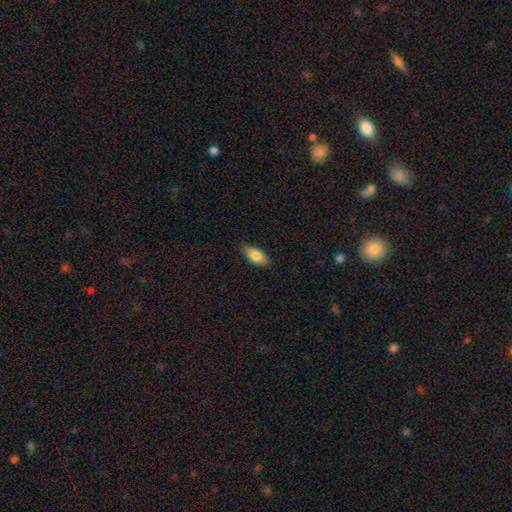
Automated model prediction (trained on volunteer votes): smooth 82%, featured or disk 11%, star or artifact 7%. Down the decision tree: how rounded — in between (85%); merging — none (81%).